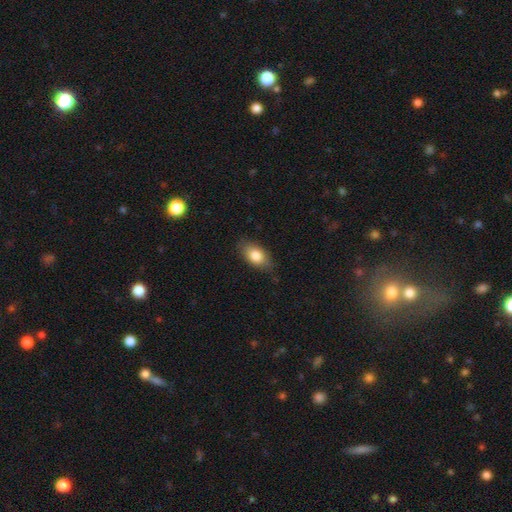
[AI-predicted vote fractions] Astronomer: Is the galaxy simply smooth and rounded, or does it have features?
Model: smooth — 82%.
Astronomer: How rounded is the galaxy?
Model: in between — 88%.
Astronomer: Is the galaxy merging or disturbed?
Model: none — 78%.